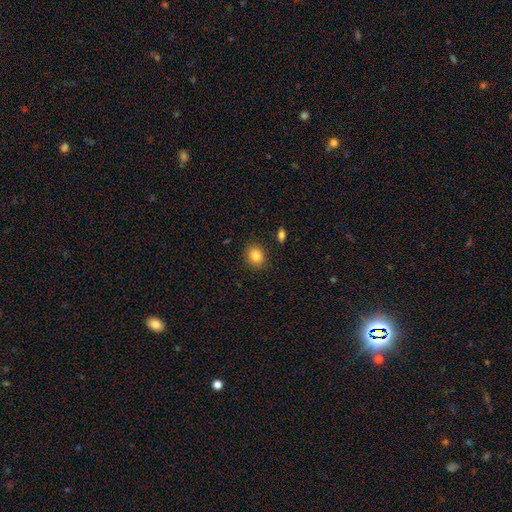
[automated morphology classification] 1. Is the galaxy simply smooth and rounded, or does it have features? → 85% smooth, 9% star or artifact, 6% featured or disk.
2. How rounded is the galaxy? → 56% round, 43% in between, 1% cigar-shaped.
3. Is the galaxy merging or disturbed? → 87% none, 8% minor disturbance, 2% major disturbance, 2% merger.